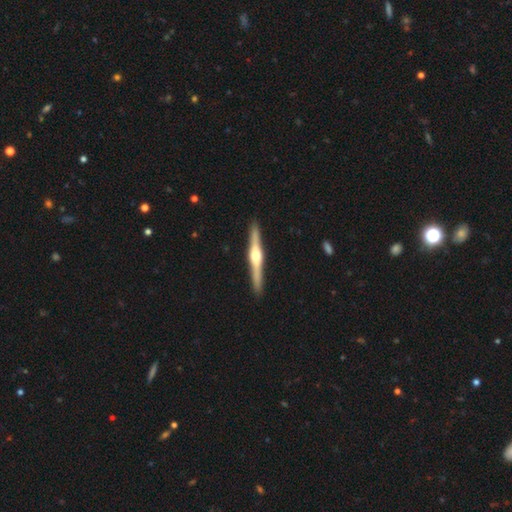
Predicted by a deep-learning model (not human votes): Overall: featured or disk (78%). Edge-on disk: yes (98%). Edge-on bulge: rounded (92%). Merging: none (92%).